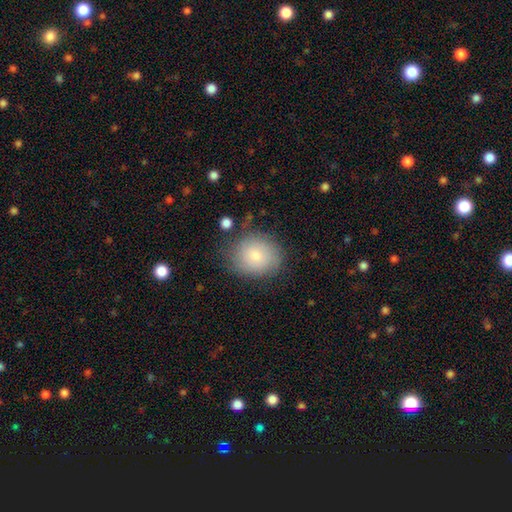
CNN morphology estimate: Smooth or featured?
  - smooth: 77% *
  - featured or disk: 14%
  - star or artifact: 8%
How rounded?
  - round: 72% *
  - in between: 27%
  - cigar-shaped: 1%
Merging?
  - none: 71% *
  - minor disturbance: 20%
  - major disturbance: 6%
  - merger: 3%